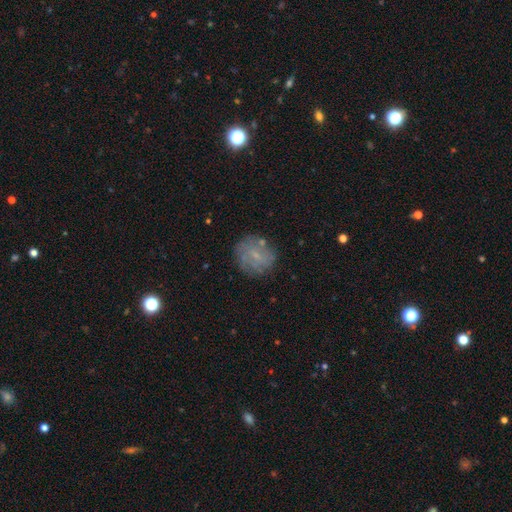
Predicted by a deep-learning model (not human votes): Smooth or featured?
  - smooth: 51% *
  - featured or disk: 38%
  - star or artifact: 12%
How rounded?
  - round: 81% *
  - in between: 17%
  - cigar-shaped: 1%
Merging?
  - none: 74% *
  - minor disturbance: 16%
  - major disturbance: 7%
  - merger: 3%